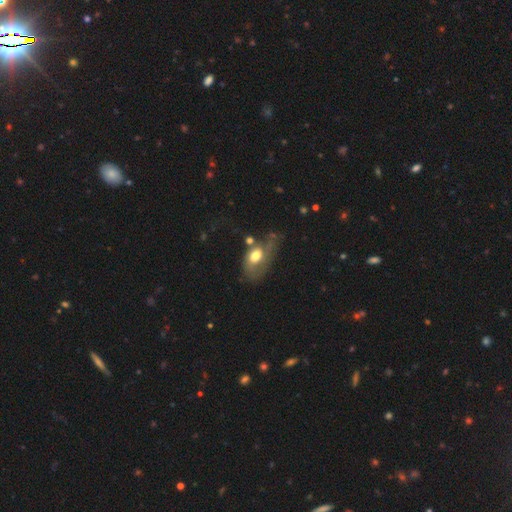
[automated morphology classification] smooth_or_featured: smooth (p=0.58) [alt: featured or disk p=0.33]
how_rounded: in between (p=0.84) [alt: round p=0.14]
merging: major disturbance (p=0.32) [alt: none p=0.28]